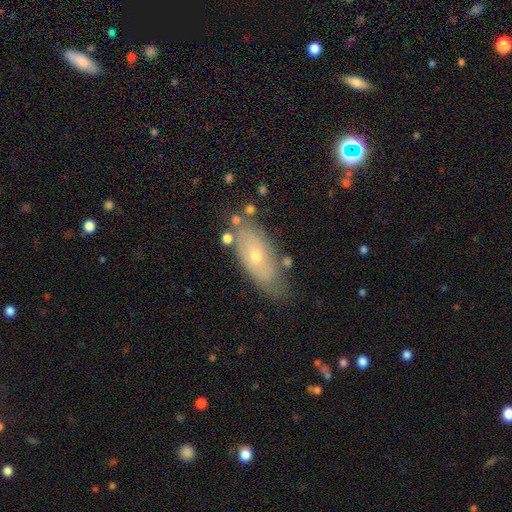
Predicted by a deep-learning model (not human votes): smooth 47%, featured or disk 45%, star or artifact 8%. Down the decision tree: merging — none (69%).